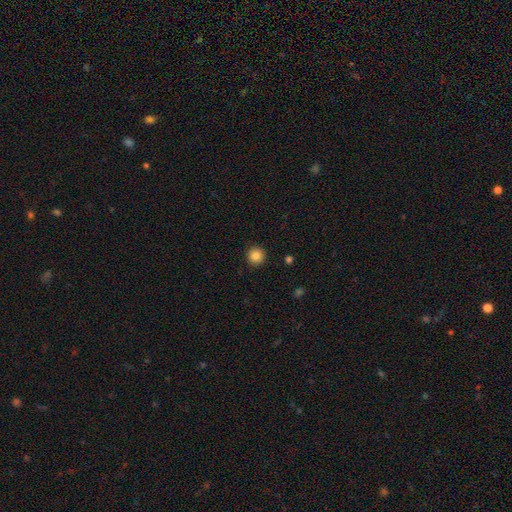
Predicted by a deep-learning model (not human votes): Smooth or featured: smooth — 85% (star or artifact — 10%)
How rounded: round — 95% (in between — 4%)
Merging: none — 93% (minor disturbance — 5%)